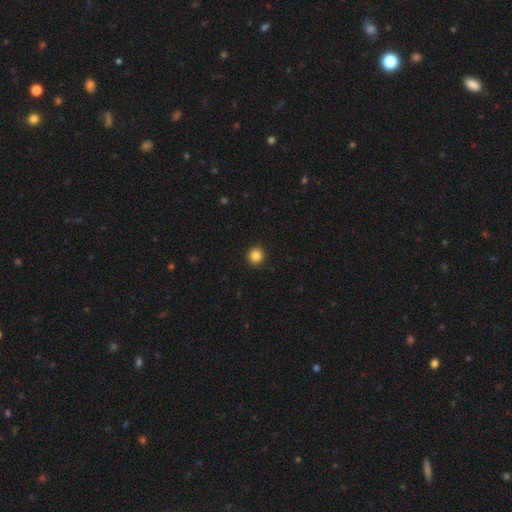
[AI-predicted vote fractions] A smooth galaxy with no disk features (85%) that is round (94%). Merging: none (93%).